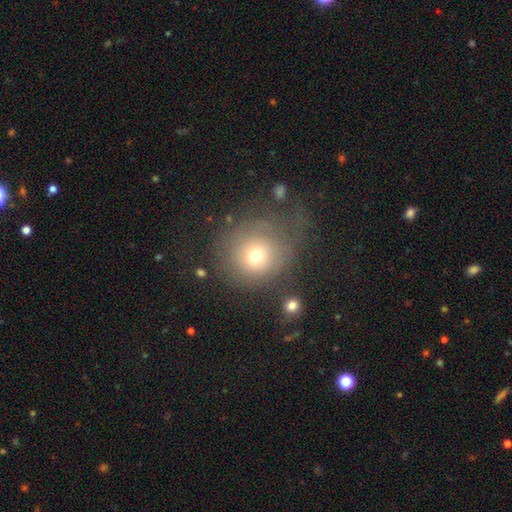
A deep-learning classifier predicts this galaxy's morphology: smooth_or_featured: smooth (p=0.67) [alt: featured or disk p=0.19]
how_rounded: round (p=0.88) [alt: in between p=0.11]
merging: none (p=0.48) [alt: major disturbance p=0.26]